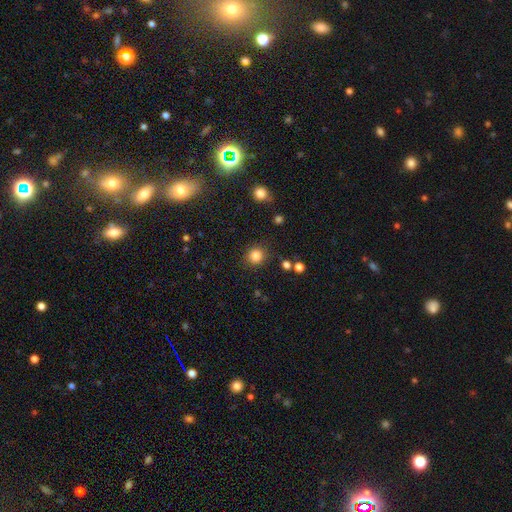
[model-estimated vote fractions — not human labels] Q: Smooth or featured?
A: smooth (84%); runner-up: star or artifact (12%)
Q: How rounded?
A: round (90%); runner-up: in between (9%)
Q: Merging?
A: none (86%); runner-up: minor disturbance (8%)